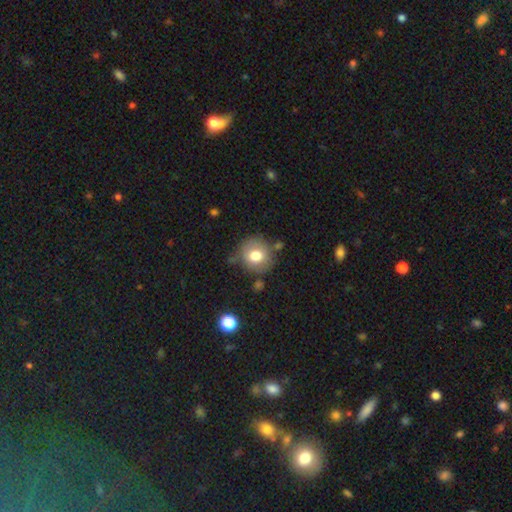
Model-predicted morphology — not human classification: smooth-or-featured: smooth: 74% | featured or disk: 17% | star or artifact: 9%
  how-rounded: round: 88% | in between: 11% | cigar-shaped: 1%
  merging: none: 72% | minor disturbance: 17% | merger: 6% | major disturbance: 5%